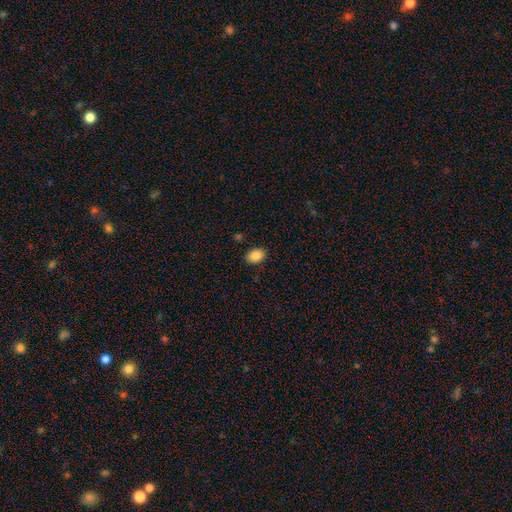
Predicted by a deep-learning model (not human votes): Smooth or featured?
  - smooth: 88% *
  - star or artifact: 8%
  - featured or disk: 4%
How rounded?
  - in between: 81% *
  - round: 18%
  - cigar-shaped: 1%
Merging?
  - none: 87% *
  - minor disturbance: 9%
  - major disturbance: 2%
  - merger: 2%